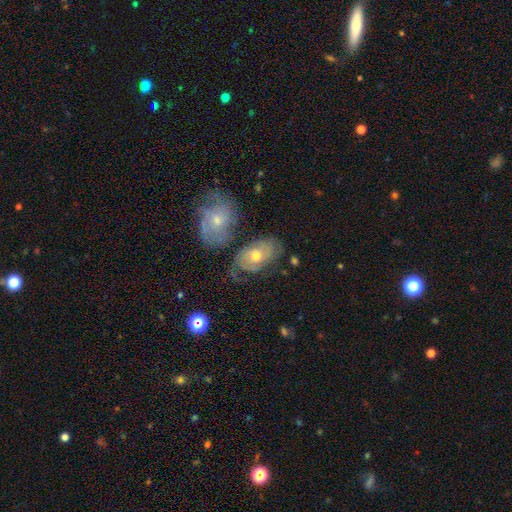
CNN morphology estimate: The model was most divided on "smooth or featured": featured or disk: 59%, smooth: 33%, star or artifact: 8%. More confident: edge-on disk — no (93%); bar — no (78%); spiral arms — yes (73%); bulge size — moderate (64%); merging — none (52%).